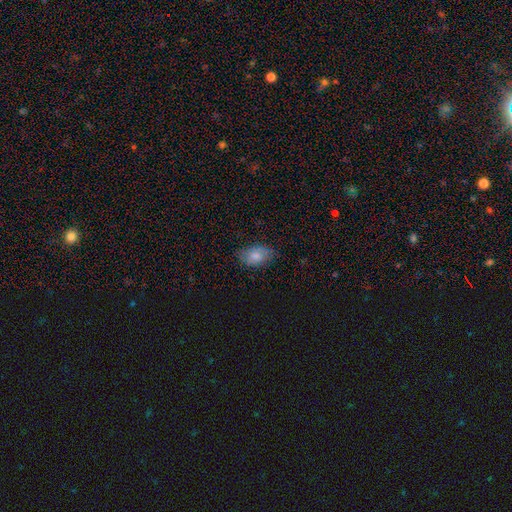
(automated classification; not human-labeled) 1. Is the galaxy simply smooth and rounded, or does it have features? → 80% smooth, 12% featured or disk, 8% star or artifact.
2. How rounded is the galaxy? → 90% in between, 8% round, 2% cigar-shaped.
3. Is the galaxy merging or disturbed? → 77% none, 18% minor disturbance, 4% major disturbance, 1% merger.